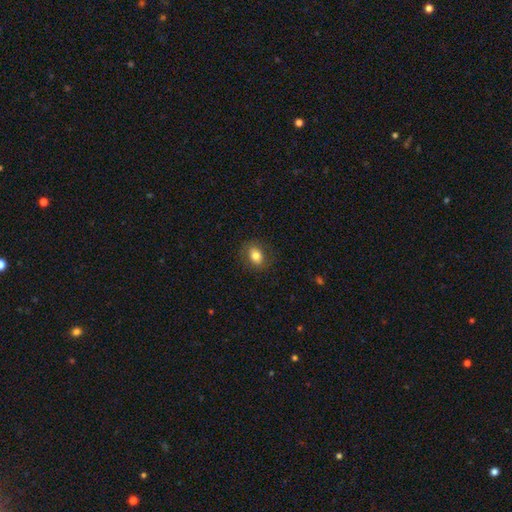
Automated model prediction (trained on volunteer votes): A smooth galaxy with no disk features (79%) that is in between round and cigar-shaped (66%).

Vote fractions:
- Smooth or featured? smooth: 79% / featured or disk: 12% / star or artifact: 9%
- How rounded? in between: 66% / round: 32% / cigar-shaped: 1%
- Merging? none: 81% / minor disturbance: 13% / major disturbance: 5% / merger: 1%